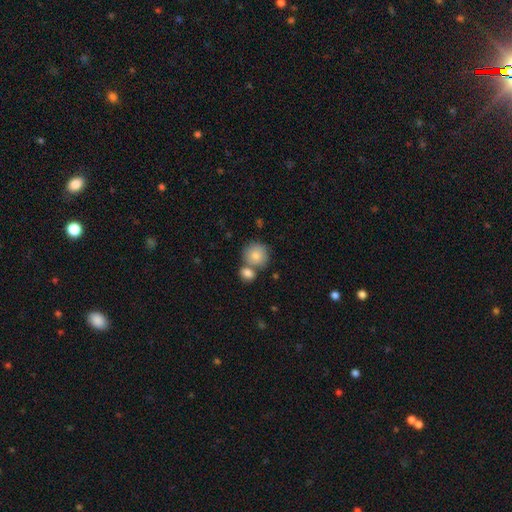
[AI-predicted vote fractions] A smooth galaxy with no disk features (84%) that is round (86%).

Vote fractions:
- Smooth or featured? smooth: 84% / featured or disk: 9% / star or artifact: 7%
- How rounded? round: 86% / in between: 13% / cigar-shaped: 1%
- Merging? none: 51% / merger: 37% / minor disturbance: 9% / major disturbance: 3%